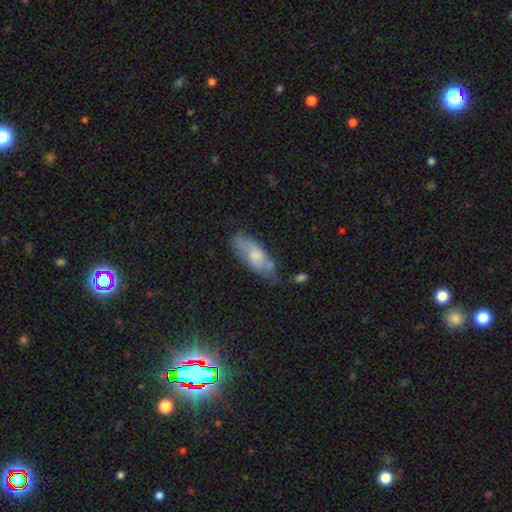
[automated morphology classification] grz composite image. It shows a smooth galaxy with no disk features (58%) that is in between round and cigar-shaped (68%). Merging: none (54%).